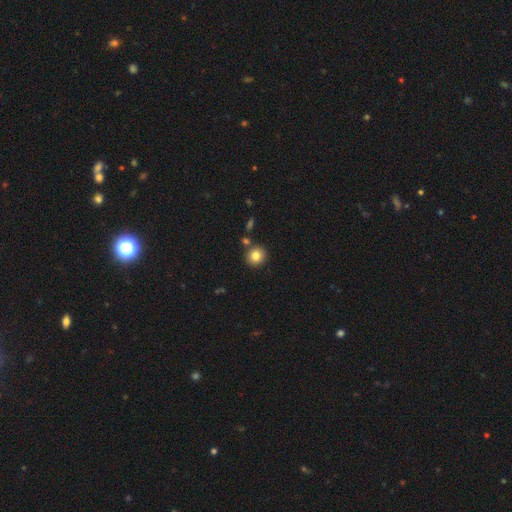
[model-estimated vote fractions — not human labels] smooth-or-featured: smooth: 81% | star or artifact: 10% | featured or disk: 8%
  how-rounded: round: 86% | in between: 13% | cigar-shaped: 1%
  merging: none: 82% | merger: 8% | minor disturbance: 8% | major disturbance: 2%